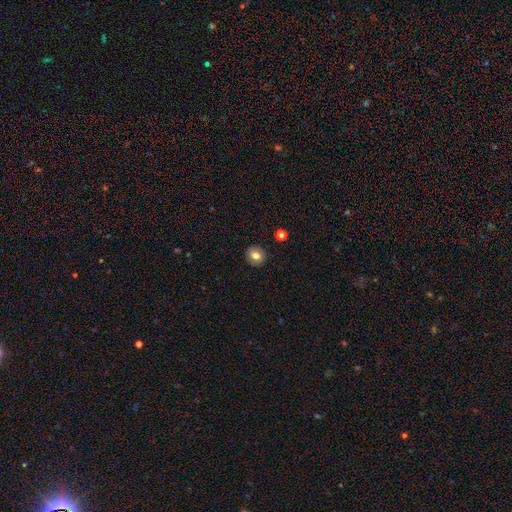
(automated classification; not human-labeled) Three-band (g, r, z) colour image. It shows a smooth galaxy with no disk features (75%) that is round (84%). Merging: none (90%).